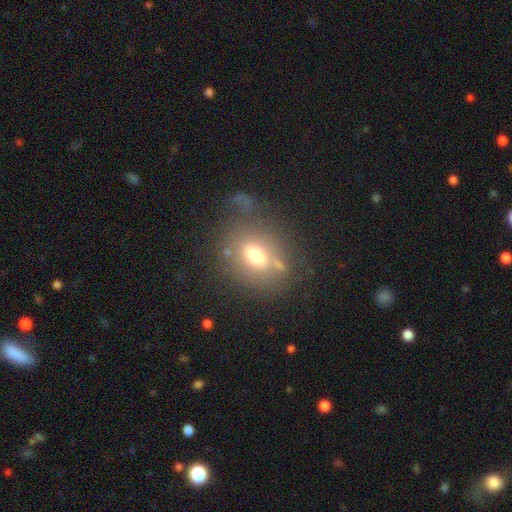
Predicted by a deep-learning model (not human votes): Overall: smooth (64%; featured or disk 24%). How rounded: in between (56%; round 42%). Merging: none (58%; minor disturbance 19%).